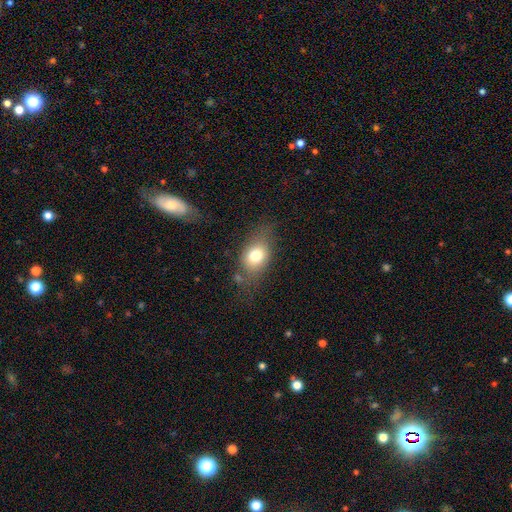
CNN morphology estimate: This is likely a smooth galaxy (72%). How rounded: likely in between (68%). Merging: likely none (65%).